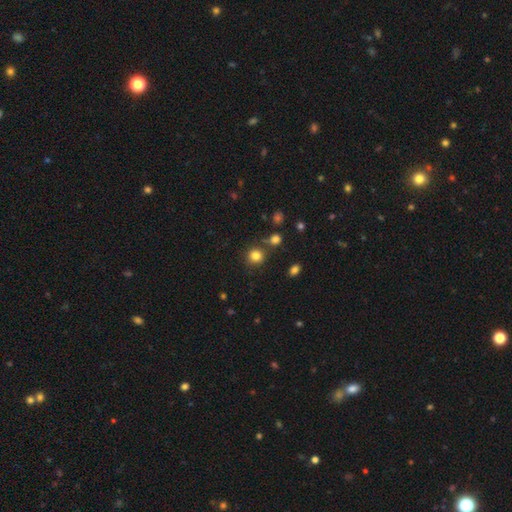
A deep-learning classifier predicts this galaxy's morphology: smooth_or_featured: smooth (p=0.82) [alt: star or artifact p=0.13]
how_rounded: round (p=0.88) [alt: in between p=0.11]
merging: none (p=0.77) [alt: merger p=0.10]